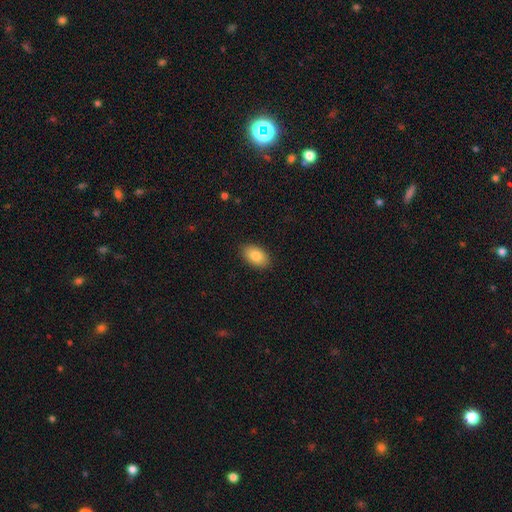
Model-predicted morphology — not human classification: This appears to be a smooth galaxy with no disk features (84%) that is in between round and cigar-shaped (92%). Merging: none (89%).